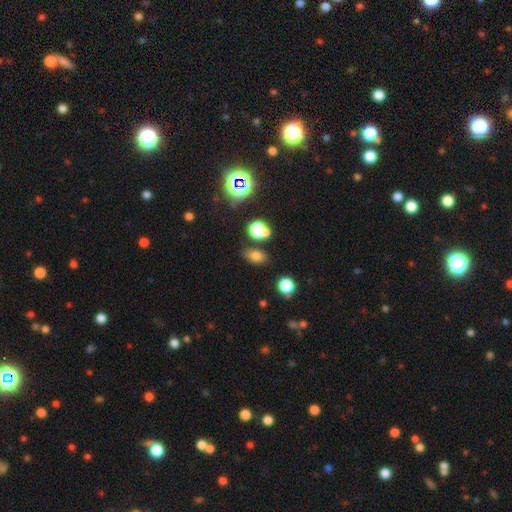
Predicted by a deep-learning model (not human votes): This appears to be a smooth galaxy with no disk features (71%) that is in between round and cigar-shaped (79%). Merging: none (77%).